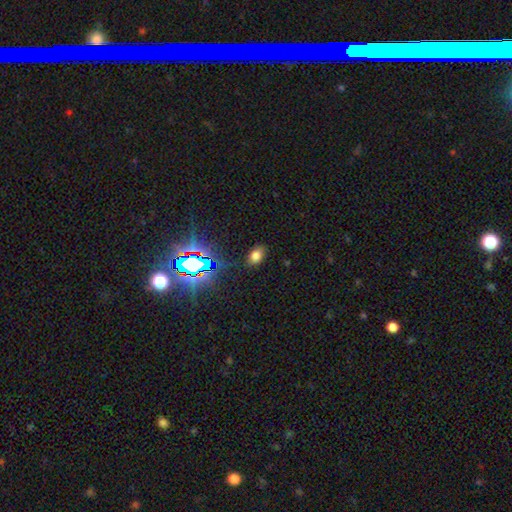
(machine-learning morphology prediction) This appears to be a smooth galaxy with no disk features (69%) that is in between round and cigar-shaped (82%). Merging: none (84%).